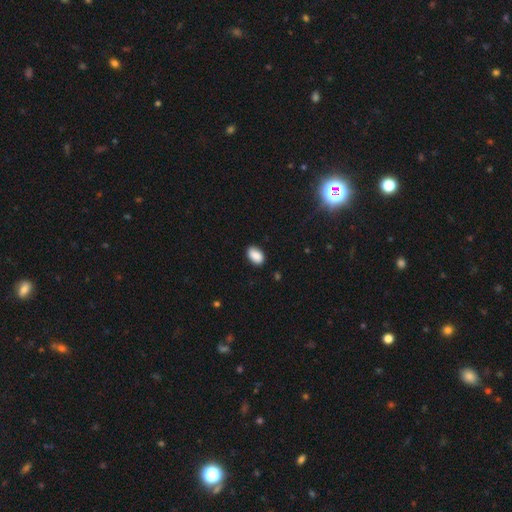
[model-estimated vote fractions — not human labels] Q: Smooth or featured?
A: smooth (88%); runner-up: star or artifact (8%)
Q: How rounded?
A: in between (90%); runner-up: round (8%)
Q: Merging?
A: none (85%); runner-up: minor disturbance (11%)